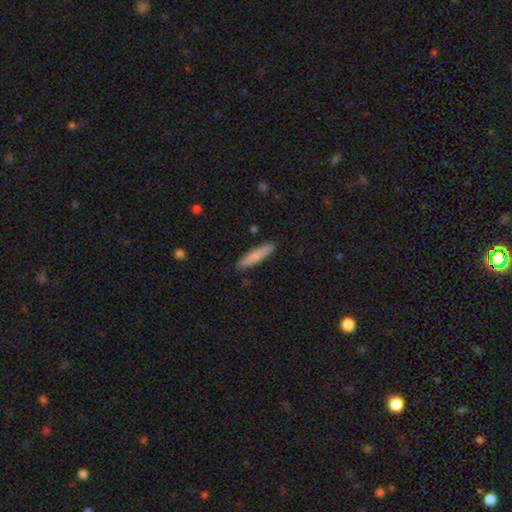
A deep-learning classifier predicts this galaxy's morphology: Smooth or featured: smooth — 78% (featured or disk — 17%)
How rounded: cigar-shaped — 89% (in between — 9%)
Merging: none — 89% (minor disturbance — 8%)